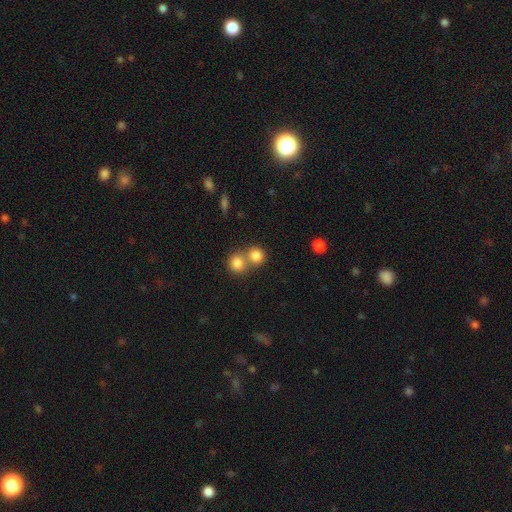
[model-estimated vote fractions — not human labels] Smooth or featured?
  - smooth: 82% *
  - star or artifact: 11%
  - featured or disk: 7%
How rounded?
  - round: 85% *
  - in between: 14%
  - cigar-shaped: 1%
Merging?
  - merger: 46% * (tied)
  - none: 46% * (tied)
  - minor disturbance: 6%
  - major disturbance: 3%